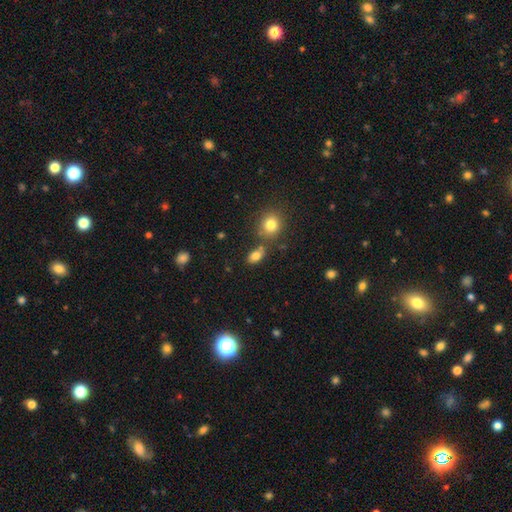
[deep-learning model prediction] Smooth or featured?
  - smooth: 81% *
  - star or artifact: 11%
  - featured or disk: 8%
How rounded?
  - in between: 83% *
  - round: 14%
  - cigar-shaped: 3%
Merging?
  - none: 68% *
  - merger: 14%
  - minor disturbance: 13%
  - major disturbance: 4%